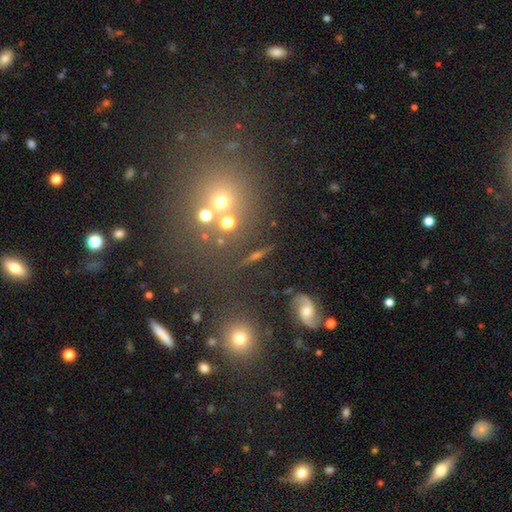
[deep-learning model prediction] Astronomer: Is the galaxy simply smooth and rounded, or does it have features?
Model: featured or disk — 38% (runner-up: smooth, 36%).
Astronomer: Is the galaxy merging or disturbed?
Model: none — 77%.